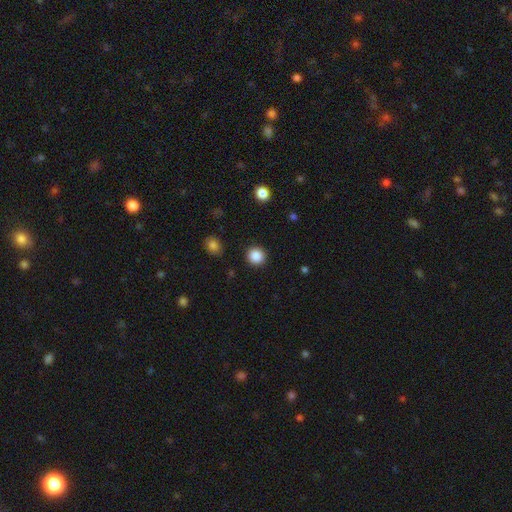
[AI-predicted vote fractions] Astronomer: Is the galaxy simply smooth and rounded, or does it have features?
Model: smooth — 87%.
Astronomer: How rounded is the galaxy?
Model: round — 94%.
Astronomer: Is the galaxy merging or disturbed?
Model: none — 91%.